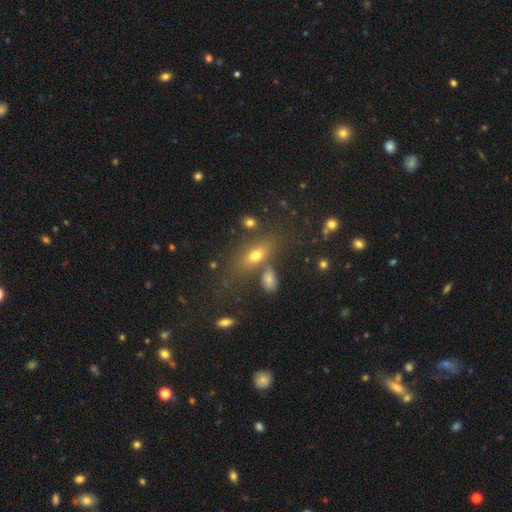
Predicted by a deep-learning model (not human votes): smooth_or_featured: smooth (p=0.64) [alt: featured or disk p=0.21]
how_rounded: in between (p=0.70) [alt: cigar-shaped p=0.18]
merging: none (p=0.61) [alt: merger p=0.18]